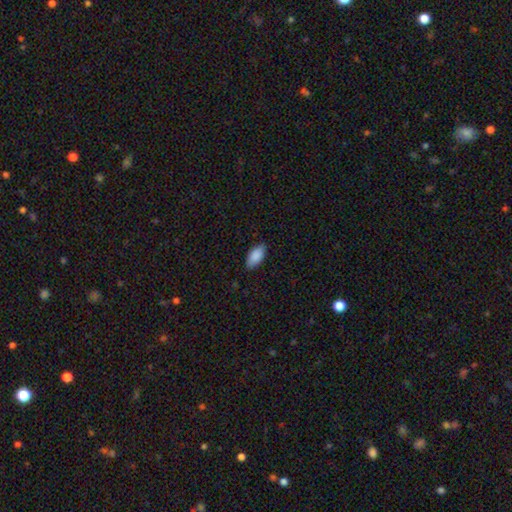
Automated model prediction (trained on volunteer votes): smooth 88%, star or artifact 6%, featured or disk 5%. Down the decision tree: how rounded — in between (92%); merging — none (86%).